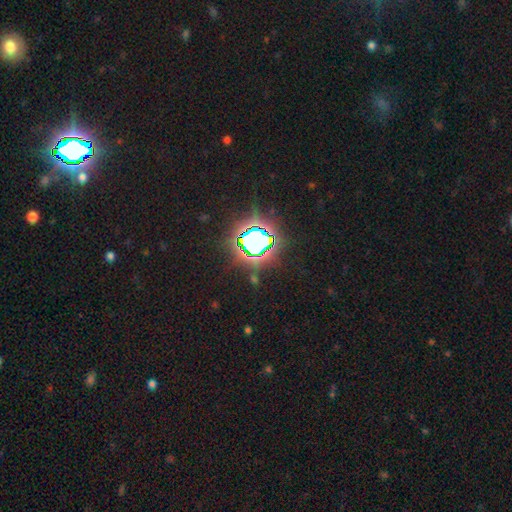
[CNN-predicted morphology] Smooth or featured?
  - star or artifact: 79% *
  - smooth: 14%
  - featured or disk: 8%